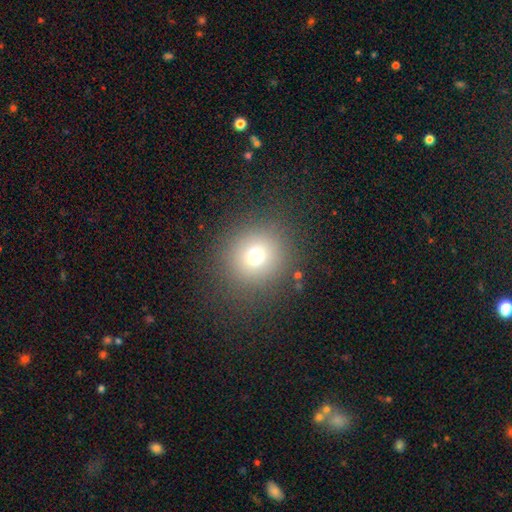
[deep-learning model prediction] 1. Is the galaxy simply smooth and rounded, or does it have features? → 72% smooth, 18% star or artifact, 10% featured or disk.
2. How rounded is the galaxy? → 92% round, 7% in between, 1% cigar-shaped.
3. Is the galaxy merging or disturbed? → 87% none, 7% minor disturbance, 5% major disturbance, 1% merger.